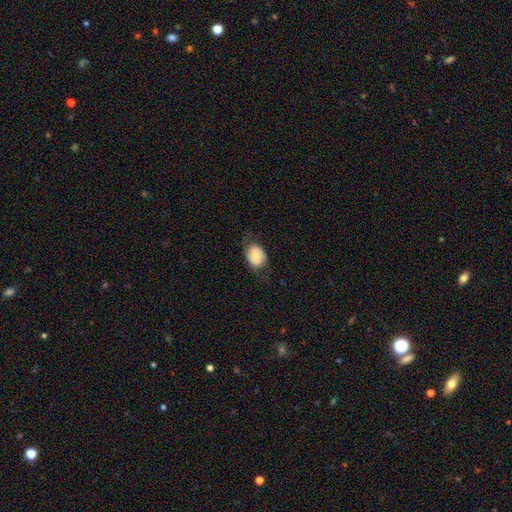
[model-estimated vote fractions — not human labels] Q: Smooth or featured?
A: smooth (62%); runner-up: featured or disk (30%)
Q: How rounded?
A: in between (70%); runner-up: round (29%)
Q: Merging?
A: none (60%); runner-up: minor disturbance (25%)